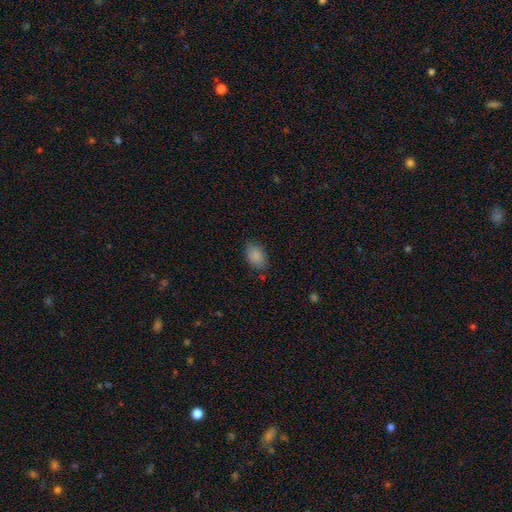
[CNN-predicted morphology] Smooth or featured? smooth (88%)
How rounded? in between (87%)
Merging? none (80%)